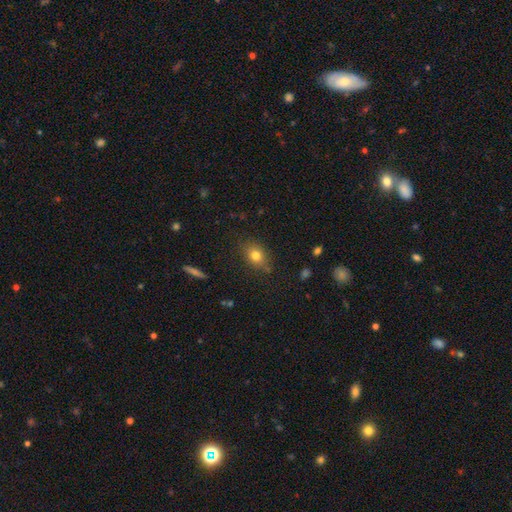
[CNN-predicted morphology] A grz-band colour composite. It shows a smooth galaxy with no disk features (77%) that is in between round and cigar-shaped (58%). Merging: none (82%).